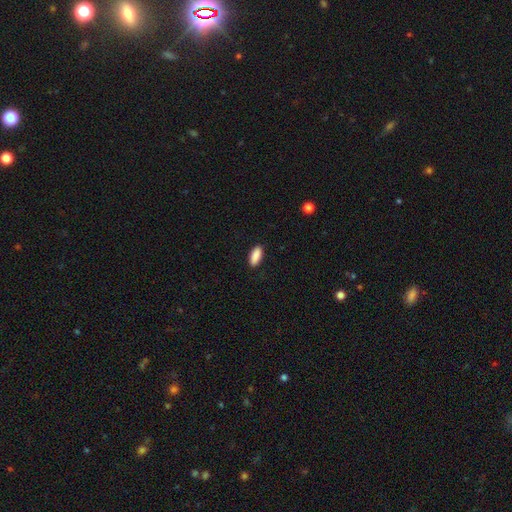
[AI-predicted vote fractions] smooth 90%, star or artifact 6%, featured or disk 4%. Down the decision tree: how rounded — in between (80%); merging — none (89%).